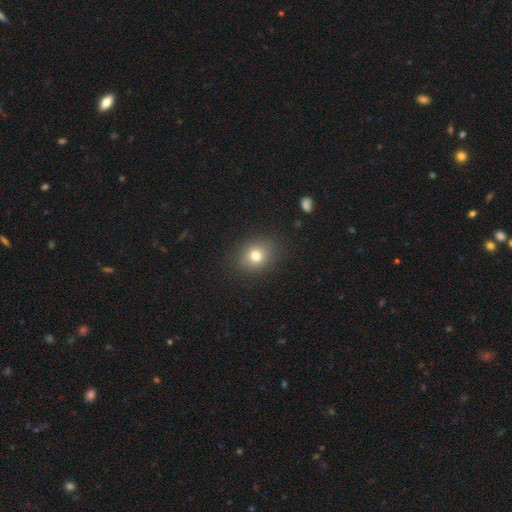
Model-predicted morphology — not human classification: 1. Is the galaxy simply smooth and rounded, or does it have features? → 77% smooth, 13% star or artifact, 10% featured or disk.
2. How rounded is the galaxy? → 66% round, 33% in between, 1% cigar-shaped.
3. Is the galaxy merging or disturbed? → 86% none, 9% minor disturbance, 3% major disturbance, 1% merger.